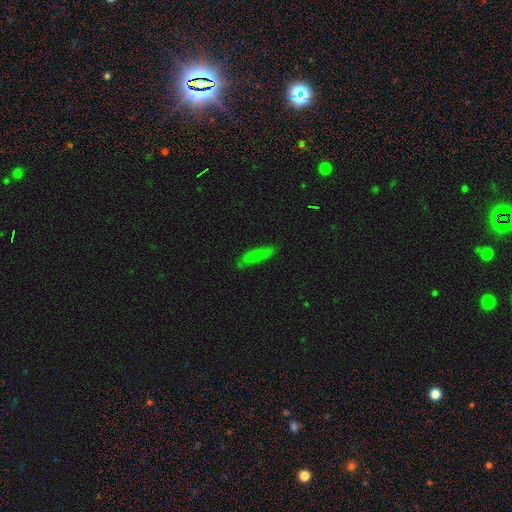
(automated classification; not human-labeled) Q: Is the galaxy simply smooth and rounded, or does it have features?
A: smooth — 74%.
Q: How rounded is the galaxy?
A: cigar-shaped — 68%.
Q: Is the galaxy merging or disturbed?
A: none — 83%.